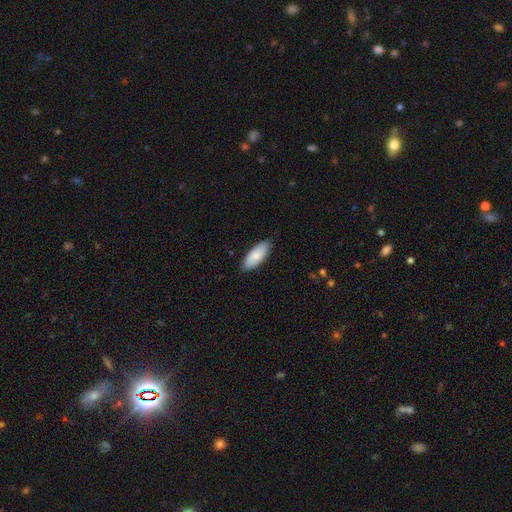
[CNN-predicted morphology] smooth-or-featured: smooth: 82% | featured or disk: 13% | star or artifact: 5%
  how-rounded: in between: 81% | cigar-shaped: 17% | round: 2%
  merging: none: 86% | minor disturbance: 11% | major disturbance: 2% | merger: 1%